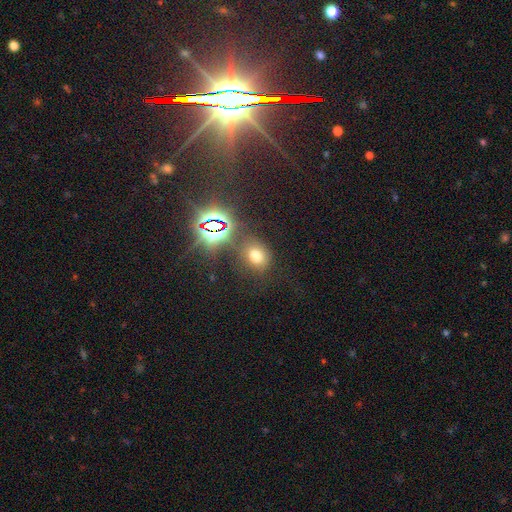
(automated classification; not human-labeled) Smooth or featured: smooth — 62% (star or artifact — 28%)
How rounded: in between — 51% (round — 47%)
Merging: none — 72% (minor disturbance — 14%)